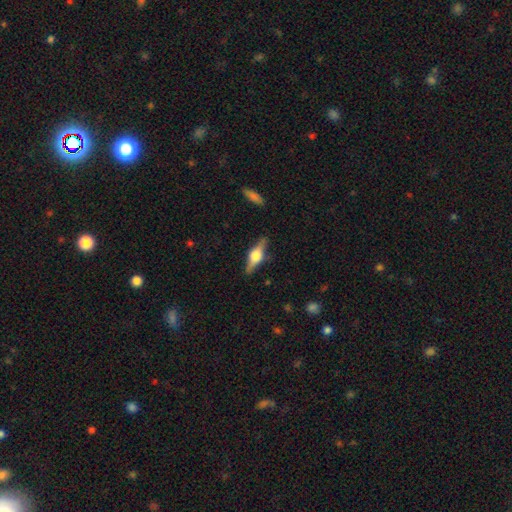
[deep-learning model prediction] A featured or disk galaxy (71%) viewed edge-on (96%) with a rounded central bulge (92%).

Vote fractions:
- Smooth or featured? featured or disk: 71% / smooth: 22% / star or artifact: 6%
- Edge-on disk? yes: 96% / no: 4%
- Edge-on bulge? rounded: 92% / boxy: 6% / none: 1%
- Merging? none: 86% / minor disturbance: 10% / major disturbance: 3% / merger: 1%